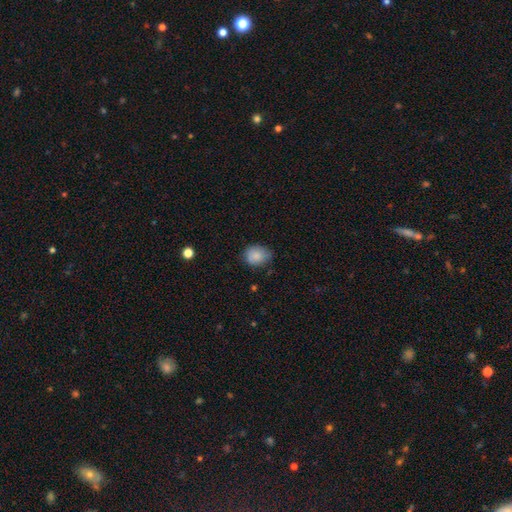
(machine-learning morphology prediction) Smooth or featured: smooth — 85% (star or artifact — 9%)
How rounded: round — 55% (in between — 45%)
Merging: none — 65% (minor disturbance — 28%)